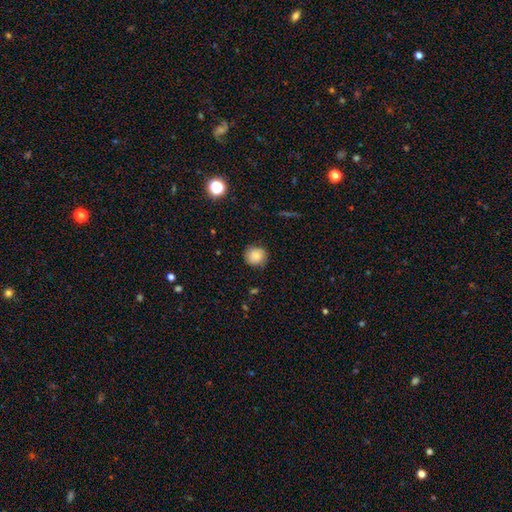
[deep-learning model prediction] A smooth galaxy with no disk features (83%) that is round (89%). Merging: none (83%).